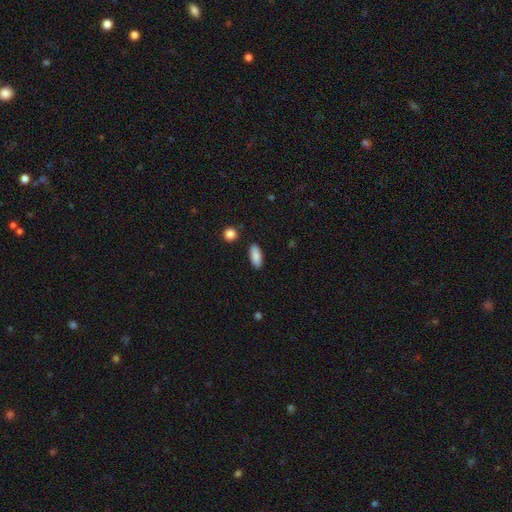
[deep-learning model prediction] The model was most divided on "how rounded": in between: 81%, cigar-shaped: 17%, round: 2%. More confident: smooth or featured — smooth (88%); merging — none (88%).